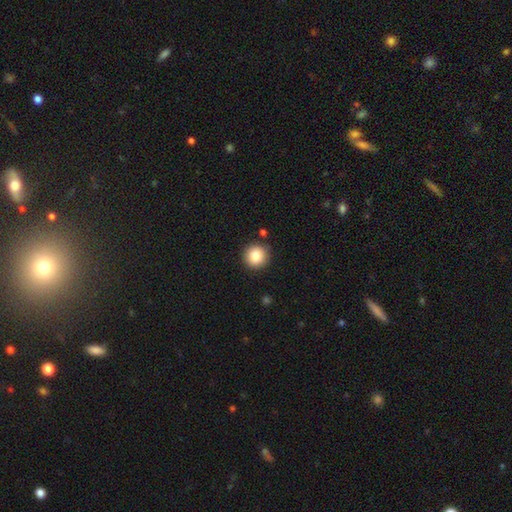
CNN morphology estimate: This is clearly a smooth galaxy (84%). How rounded: clearly round (95%). Merging: clearly none (89%).